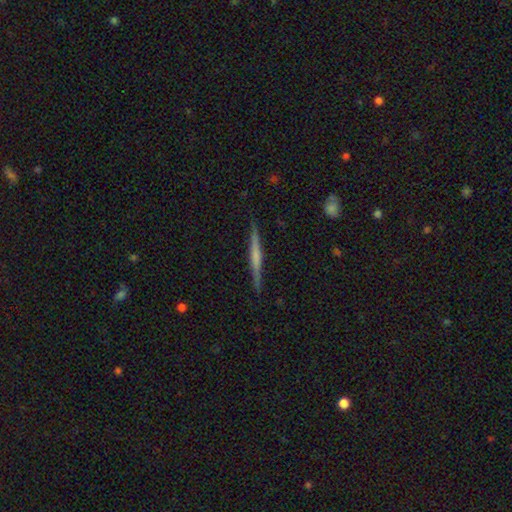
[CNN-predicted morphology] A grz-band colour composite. It shows a featured or disk galaxy (62%) viewed edge-on (98%) with no central bulge (49%). Merging: none (90%).